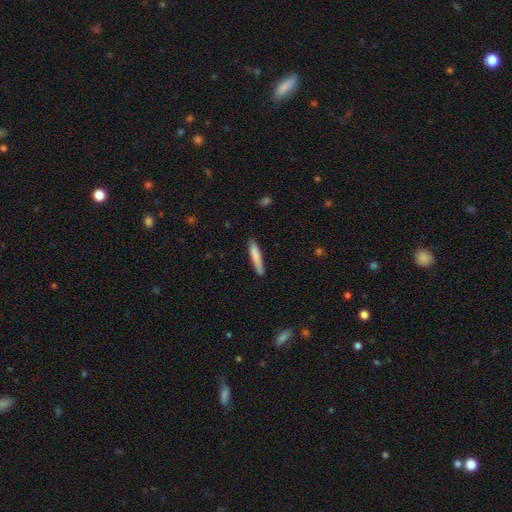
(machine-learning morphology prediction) type=smooth (80%); roundness=cigar-shaped (91%); merging=none (80%).